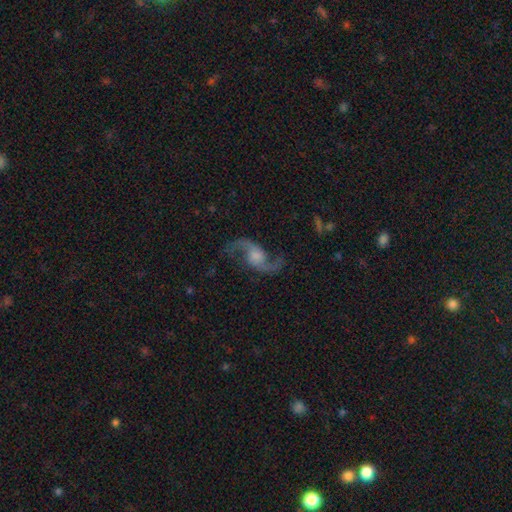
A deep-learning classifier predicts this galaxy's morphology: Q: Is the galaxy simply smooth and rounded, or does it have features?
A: featured or disk — 90%.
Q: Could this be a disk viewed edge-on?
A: no — 97%.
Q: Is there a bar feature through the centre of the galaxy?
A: no — 61%.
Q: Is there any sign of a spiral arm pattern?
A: yes — 97%.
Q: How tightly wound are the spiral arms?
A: loose — 78%.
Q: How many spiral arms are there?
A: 2 — 94%.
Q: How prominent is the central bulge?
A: moderate — 35%.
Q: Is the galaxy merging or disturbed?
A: none — 79%.